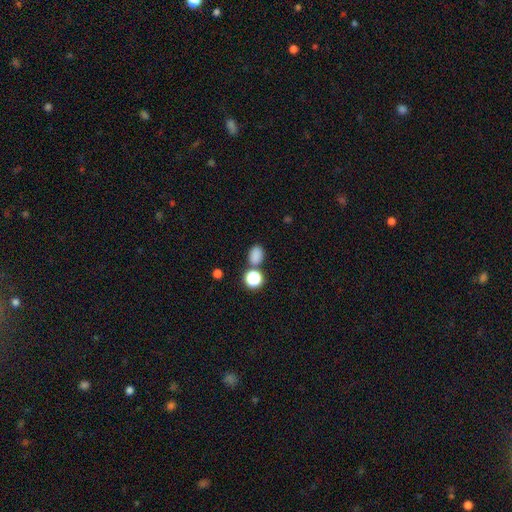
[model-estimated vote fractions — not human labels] Overall: smooth (80%). How rounded: in between (63%; round 35%). Merging: none (70%).